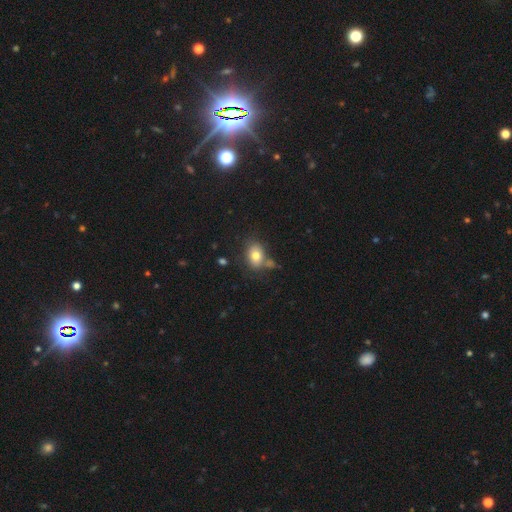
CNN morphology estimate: The model was most divided on "how rounded": in between: 71%, round: 28%, cigar-shaped: 1%. More confident: smooth or featured — smooth (78%); merging — none (65%).